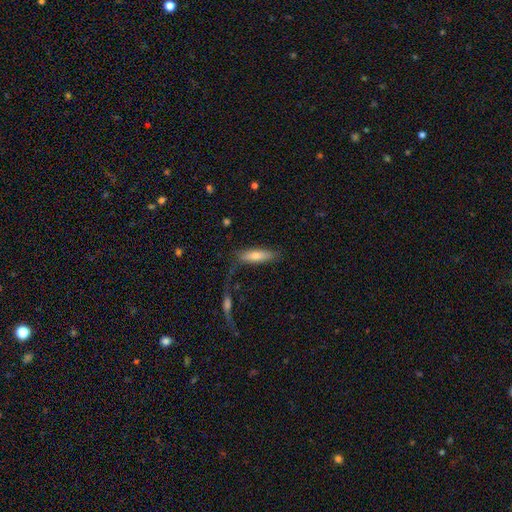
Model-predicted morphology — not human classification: type=smooth (68%); roundness=cigar-shaped (58%); merging=none (69%).